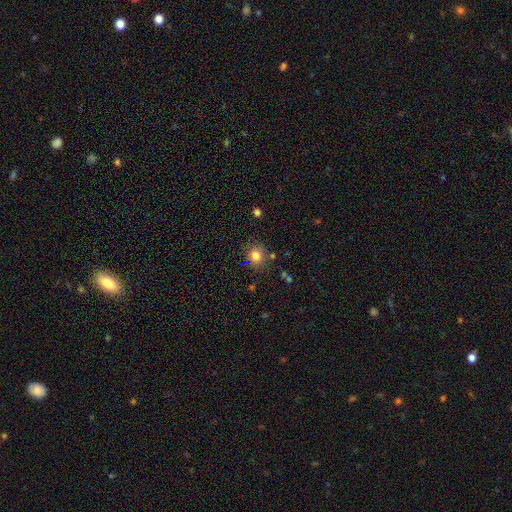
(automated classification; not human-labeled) Smooth or featured? Predicted: smooth (p=0.79). How rounded? Predicted: round (p=0.82). Merging? Predicted: none (p=0.80).